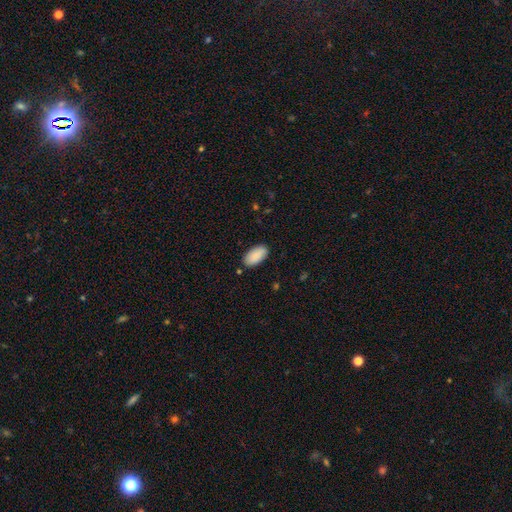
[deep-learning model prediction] smooth 90%, star or artifact 6%, featured or disk 4%. Down the decision tree: how rounded — in between (95%); merging — none (87%).